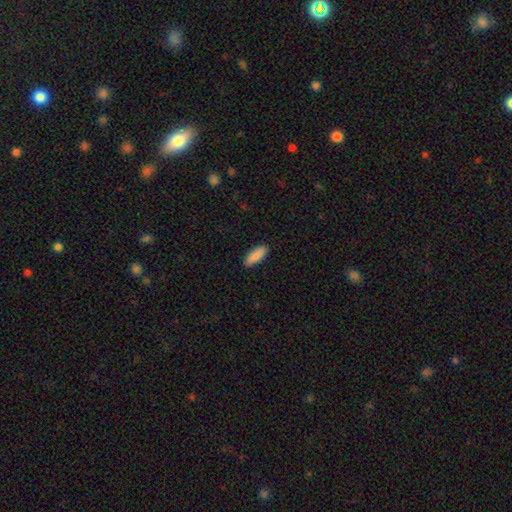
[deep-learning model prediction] Smooth or featured?
  - smooth: 90% *
  - star or artifact: 6%
  - featured or disk: 5%
How rounded?
  - in between: 72% *
  - cigar-shaped: 26%
  - round: 2%
Merging?
  - none: 90% *
  - minor disturbance: 8%
  - major disturbance: 2%
  - merger: 1%